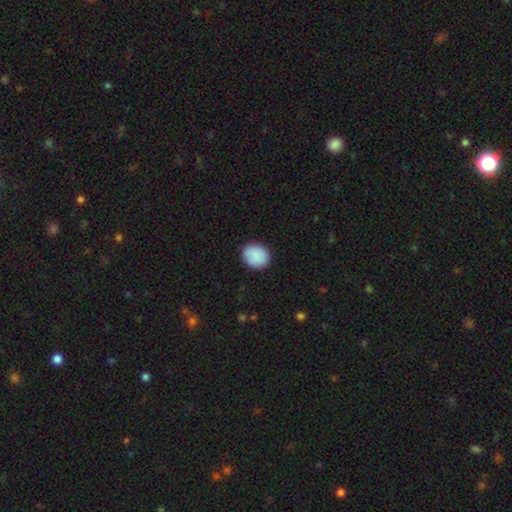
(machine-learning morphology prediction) Smooth or featured: smooth — 90% (star or artifact — 7%)
How rounded: round — 70% (in between — 29%)
Merging: none — 89% (minor disturbance — 8%)